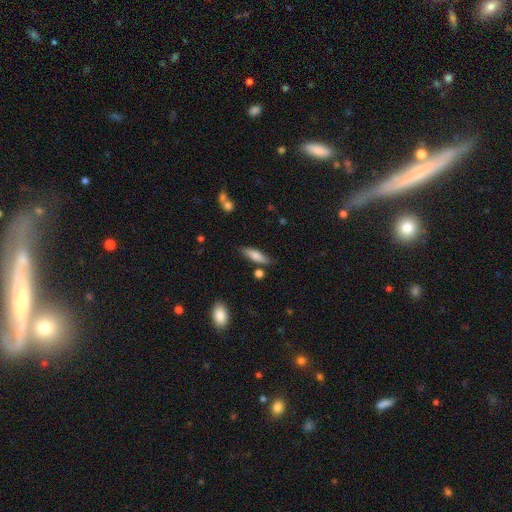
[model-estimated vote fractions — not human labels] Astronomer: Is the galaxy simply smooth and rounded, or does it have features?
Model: smooth — 75%.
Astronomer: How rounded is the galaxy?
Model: cigar-shaped — 52% (runner-up: in between, 45%).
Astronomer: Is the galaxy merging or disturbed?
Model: none — 78%.